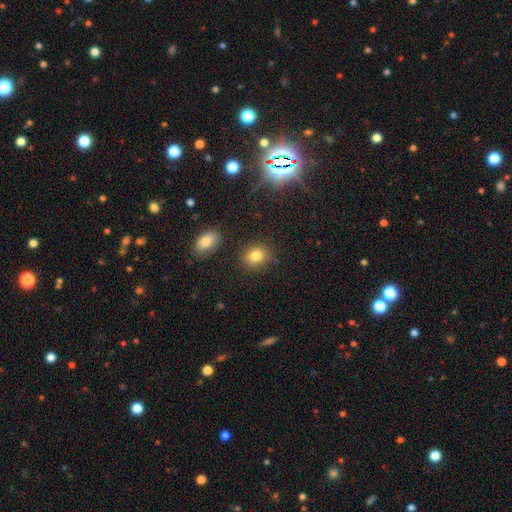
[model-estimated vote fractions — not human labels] Smooth or featured: smooth — 82% (star or artifact — 11%)
How rounded: round — 62% (in between — 37%)
Merging: none — 80% (minor disturbance — 12%)